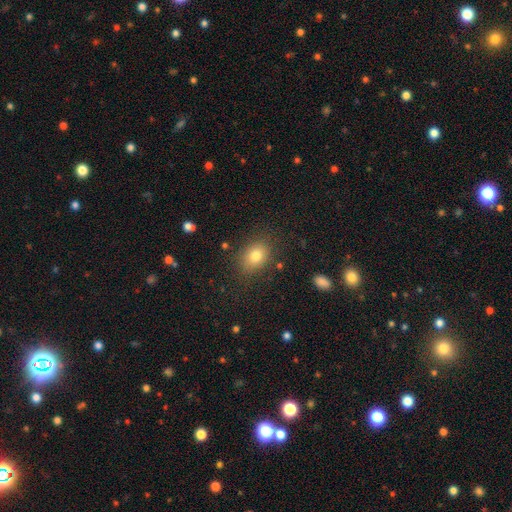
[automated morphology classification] smooth-or-featured: smooth: 78% | star or artifact: 12% | featured or disk: 10%
  how-rounded: in between: 65% | round: 34% | cigar-shaped: 1%
  merging: none: 81% | minor disturbance: 13% | major disturbance: 4% | merger: 2%